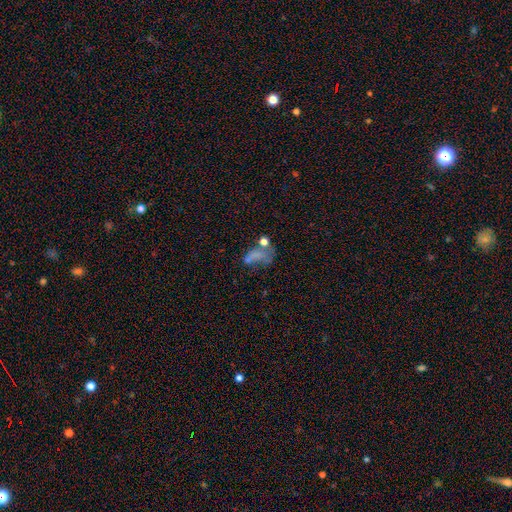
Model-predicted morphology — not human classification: A smooth galaxy with no disk features (51%) that is in between round and cigar-shaped (77%). Merging: major disturbance (36%).